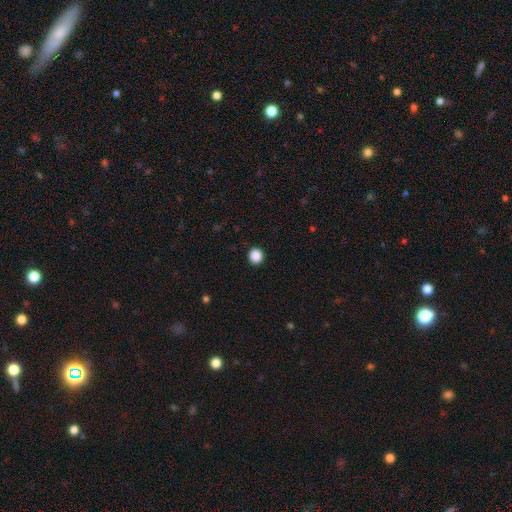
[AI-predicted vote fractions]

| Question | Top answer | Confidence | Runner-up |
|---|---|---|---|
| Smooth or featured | smooth | 88% | star or artifact (10%) |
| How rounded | round | 91% | in between (8%) |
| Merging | none | 93% | minor disturbance (5%) |